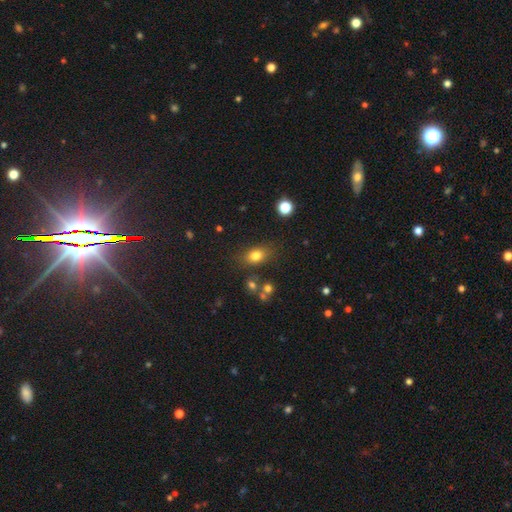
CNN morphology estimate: smooth 79%, star or artifact 12%, featured or disk 9%. Down the decision tree: how rounded — in between (73%); merging — none (76%).